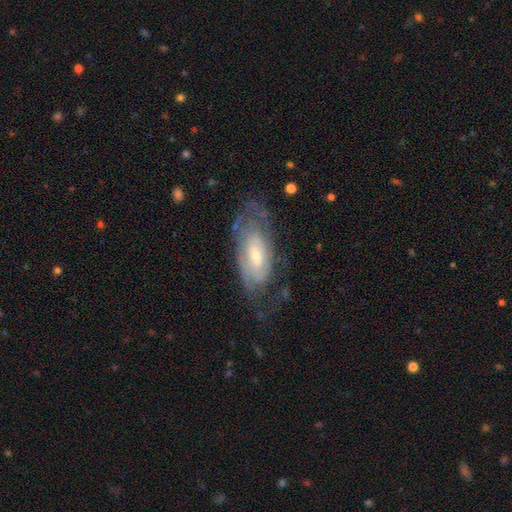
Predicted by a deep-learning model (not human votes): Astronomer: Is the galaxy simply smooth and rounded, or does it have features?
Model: featured or disk — 68%.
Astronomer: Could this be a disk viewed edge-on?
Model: no — 90%.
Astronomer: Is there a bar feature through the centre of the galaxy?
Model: no — 59%.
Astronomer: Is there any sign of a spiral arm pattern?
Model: yes — 75%.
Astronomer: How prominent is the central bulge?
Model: small — 52% (runner-up: moderate, 41%).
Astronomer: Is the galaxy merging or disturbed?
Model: none — 57%.